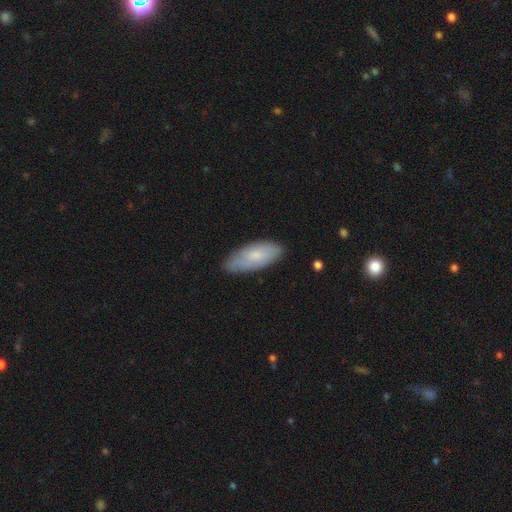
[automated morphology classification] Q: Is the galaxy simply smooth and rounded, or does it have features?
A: smooth — 74%.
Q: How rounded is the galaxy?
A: in between — 82%.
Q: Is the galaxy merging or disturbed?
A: none — 76%.